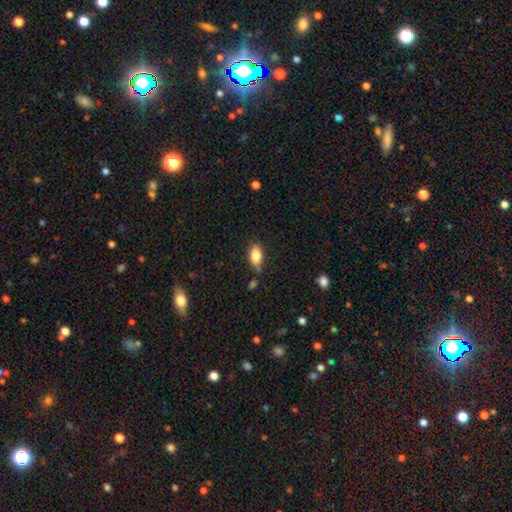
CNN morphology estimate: Smooth or featured?
  - smooth: 82% *
  - featured or disk: 11%
  - star or artifact: 8%
How rounded?
  - in between: 89% *
  - round: 6%
  - cigar-shaped: 5%
Merging?
  - none: 76% *
  - minor disturbance: 16%
  - merger: 5%
  - major disturbance: 3%